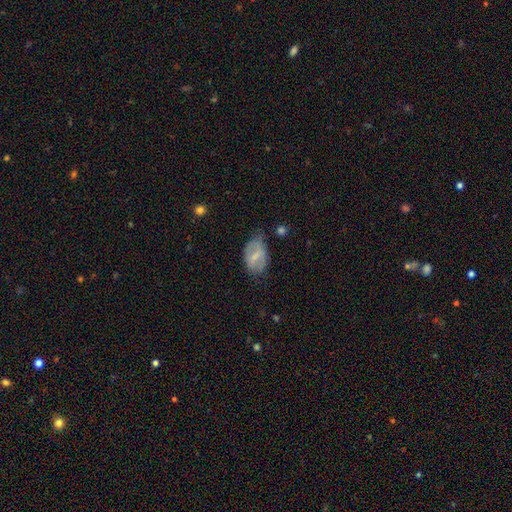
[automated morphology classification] A smooth galaxy with no disk features (52%) that is in between round and cigar-shaped (87%).

Vote fractions:
- Smooth or featured? smooth: 52% / featured or disk: 40% / star or artifact: 8%
- How rounded? in between: 87% / round: 10% / cigar-shaped: 3%
- Merging? none: 51% / minor disturbance: 34% / major disturbance: 13% / merger: 3%